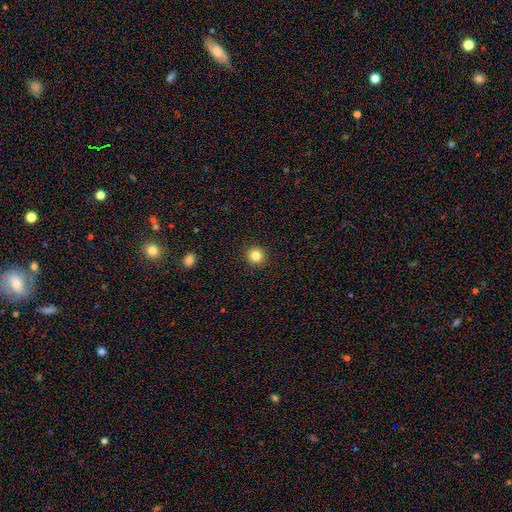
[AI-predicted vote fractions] A smooth galaxy with no disk features (83%) that is round (93%).

Vote fractions:
- Smooth or featured? smooth: 83% / star or artifact: 11% / featured or disk: 5%
- How rounded? round: 93% / in between: 6% / cigar-shaped: 1%
- Merging? none: 93% / minor disturbance: 5% / major disturbance: 2% / merger: 1%